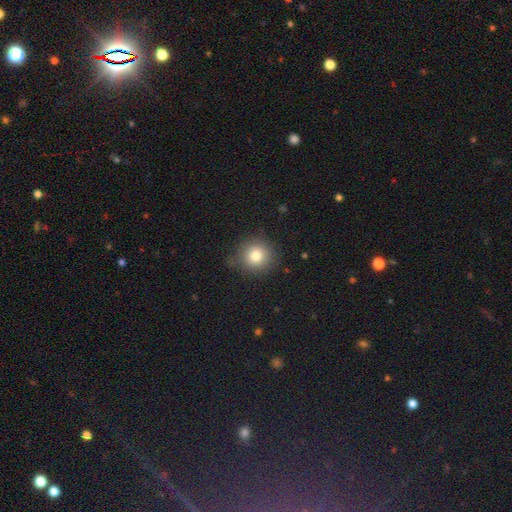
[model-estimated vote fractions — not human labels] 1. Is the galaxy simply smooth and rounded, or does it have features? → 80% smooth, 11% star or artifact, 9% featured or disk.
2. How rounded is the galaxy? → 91% round, 8% in between, 1% cigar-shaped.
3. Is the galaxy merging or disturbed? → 81% none, 14% minor disturbance, 4% major disturbance, 1% merger.